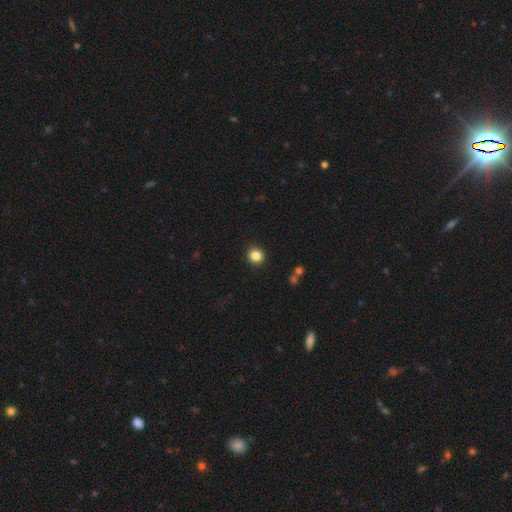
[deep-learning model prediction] Overall: smooth (84%). How rounded: round (88%). Merging: none (92%).